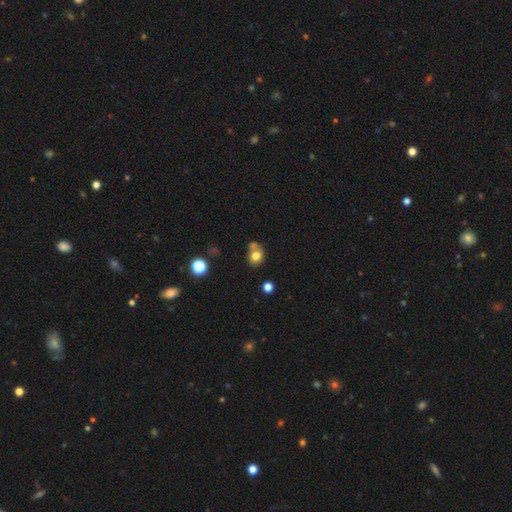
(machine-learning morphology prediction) Overall: smooth (77%). How rounded: round (58%; in between 41%). Merging: none (46%; merger 32%).